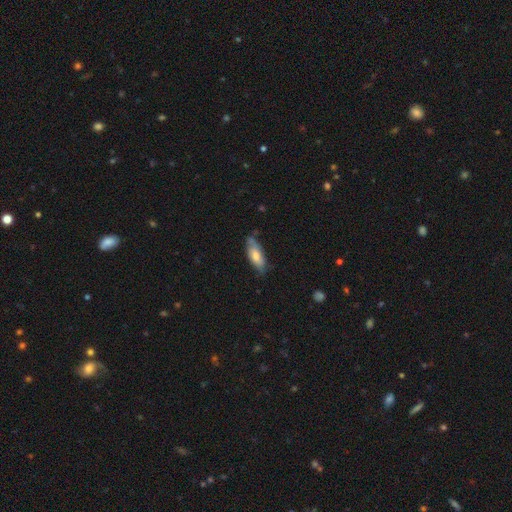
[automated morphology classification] smooth 65%, featured or disk 28%, star or artifact 6%. Down the decision tree: how rounded — in between (72%); merging — none (64%).